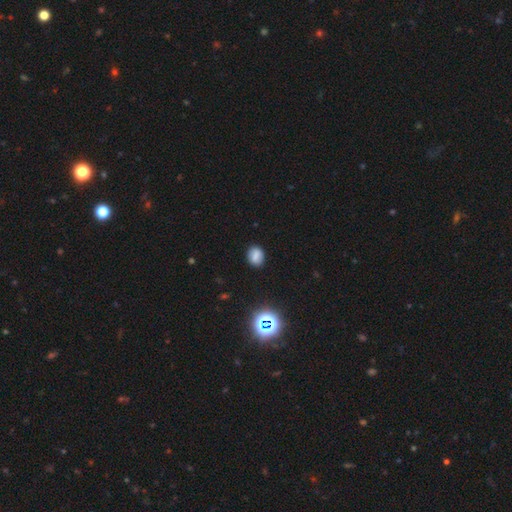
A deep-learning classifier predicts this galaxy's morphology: type=smooth (73%); roundness=in between (52%); merging=none (86%).